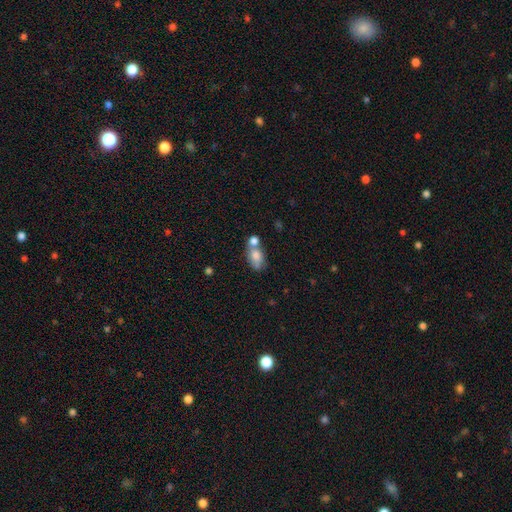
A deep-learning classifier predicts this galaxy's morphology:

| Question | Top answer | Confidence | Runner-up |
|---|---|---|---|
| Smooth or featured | smooth | 76% | featured or disk (16%) |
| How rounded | in between | 84% | round (13%) |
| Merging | merger | 41% | none (37%) |